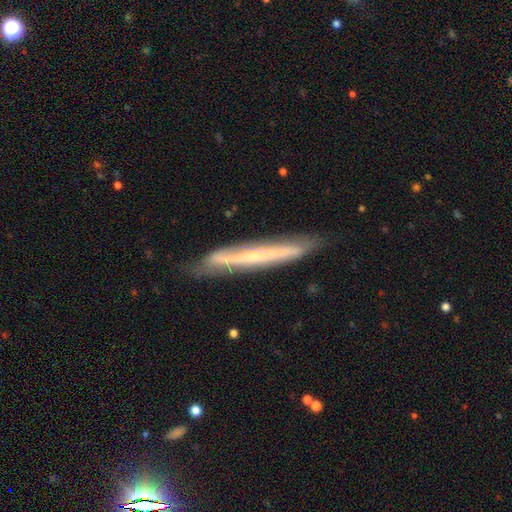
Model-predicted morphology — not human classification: This appears to be a featured or disk galaxy (68%) viewed edge-on (87%) with no central bulge (56%). Merging: none (79%).